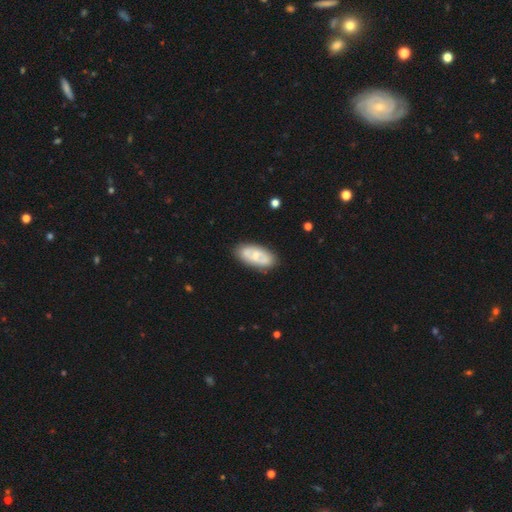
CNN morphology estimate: Smooth or featured? featured or disk (54%)
Edge-on disk? no (92%)
Merging? none (78%)